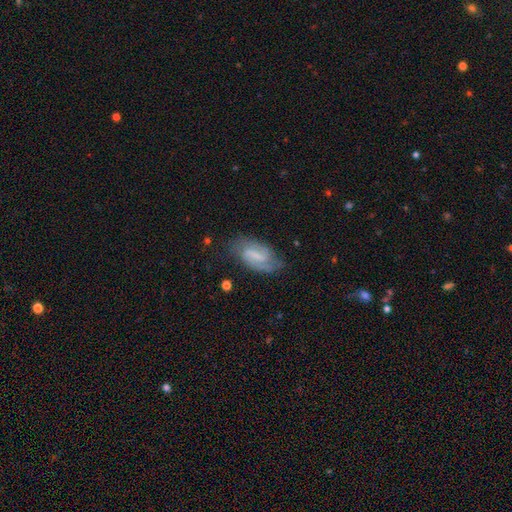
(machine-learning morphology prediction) A featured or disk galaxy (75%) with a weak bar (47%), 2 (83%) medium (48%) spiral arms (91%) and no central bulge (46%).

Vote fractions:
- Smooth or featured? featured or disk: 75% / smooth: 18% / star or artifact: 7%
- Edge-on disk? no: 95% / yes: 5%
- Bar? weak: 47% / strong: 40% / no: 13%
- Spiral arms? yes: 91% / no: 9%
- Spiral winding? medium: 48% / tight: 28% / loose: 24%
- Spiral arm count? 2: 83% / can't tell: 9% / 1: 4% / 3: 2% / 4: 1% / more than 4: 1%
- Bulge size? none: 46% / small: 33% / moderate: 17% / large: 3% / dominant: 1%
- Merging? none: 71% / minor disturbance: 20% / major disturbance: 7% / merger: 2%